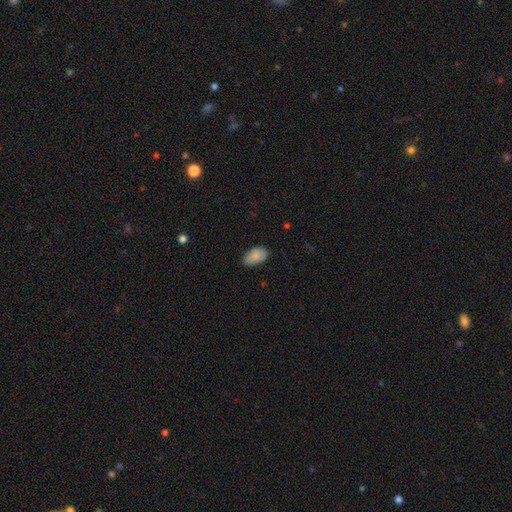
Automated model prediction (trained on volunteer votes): smooth 83%, featured or disk 10%, star or artifact 7%. Down the decision tree: how rounded — in between (93%); merging — none (74%).